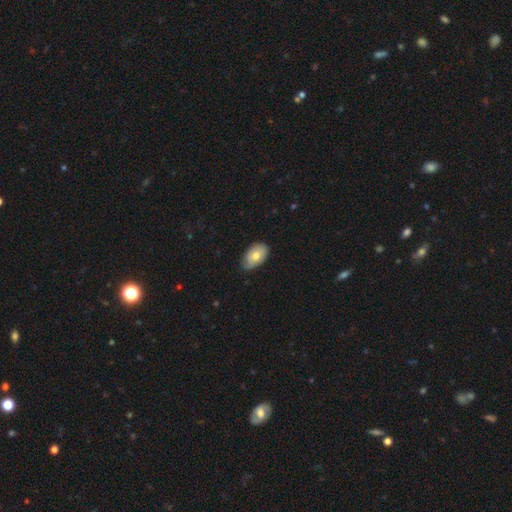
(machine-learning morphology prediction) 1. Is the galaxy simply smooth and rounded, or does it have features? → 71% smooth, 22% featured or disk, 6% star or artifact.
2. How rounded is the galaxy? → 93% in between, 6% round, 1% cigar-shaped.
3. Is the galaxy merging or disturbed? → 74% none, 22% minor disturbance, 3% major disturbance, 1% merger.